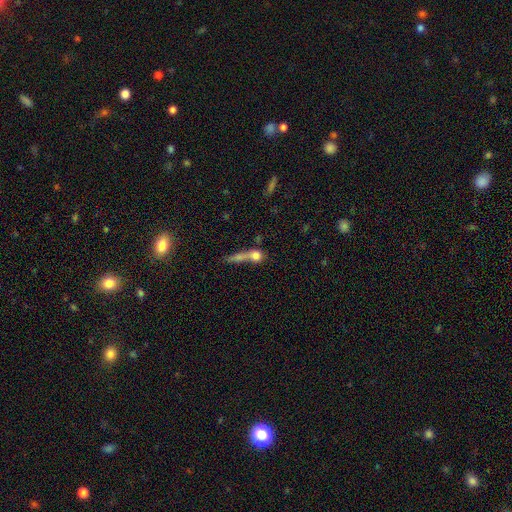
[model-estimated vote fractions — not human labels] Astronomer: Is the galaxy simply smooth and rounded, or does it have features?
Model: smooth — 66%.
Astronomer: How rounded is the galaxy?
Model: round — 49% (runner-up: cigar-shaped, 28%).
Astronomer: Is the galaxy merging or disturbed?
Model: merger — 48% (runner-up: none, 27%).